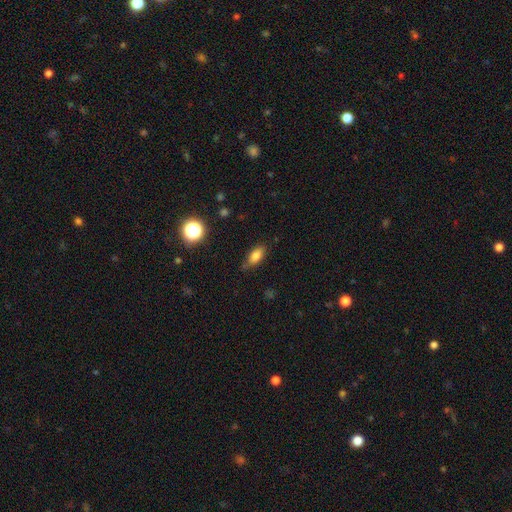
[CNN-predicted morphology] Q: Smooth or featured?
A: smooth (79%); runner-up: star or artifact (11%)
Q: How rounded?
A: in between (83%); runner-up: cigar-shaped (11%)
Q: Merging?
A: none (73%); runner-up: minor disturbance (20%)